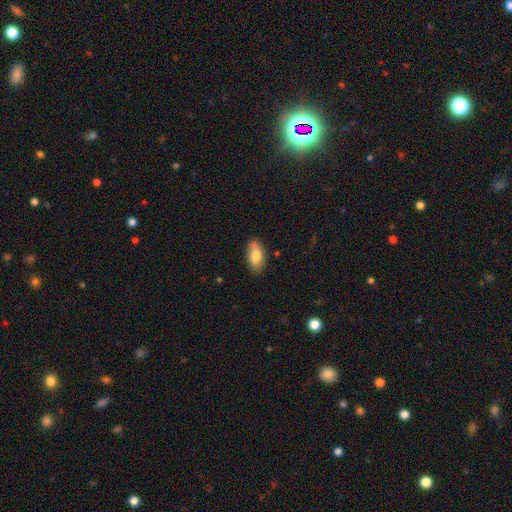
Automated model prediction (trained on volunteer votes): A smooth galaxy with no disk features (78%) that is in between round and cigar-shaped (92%).

Vote fractions:
- Smooth or featured? smooth: 78% / featured or disk: 15% / star or artifact: 7%
- How rounded? in between: 92% / cigar-shaped: 5% / round: 3%
- Merging? none: 76% / minor disturbance: 17% / merger: 4% / major disturbance: 3%